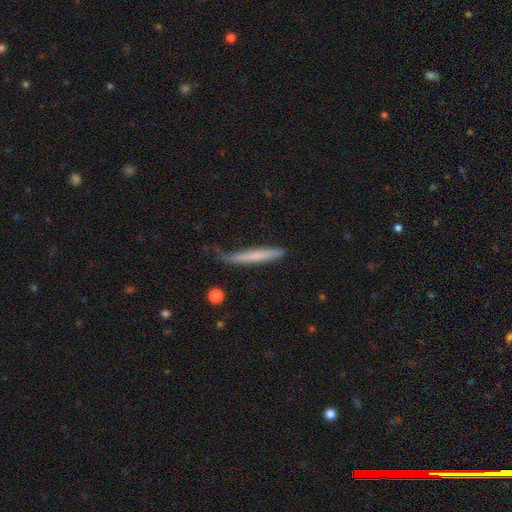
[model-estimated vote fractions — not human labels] Overall: smooth (62%; featured or disk 32%). How rounded: cigar-shaped (95%). Merging: none (58%; minor disturbance 30%).